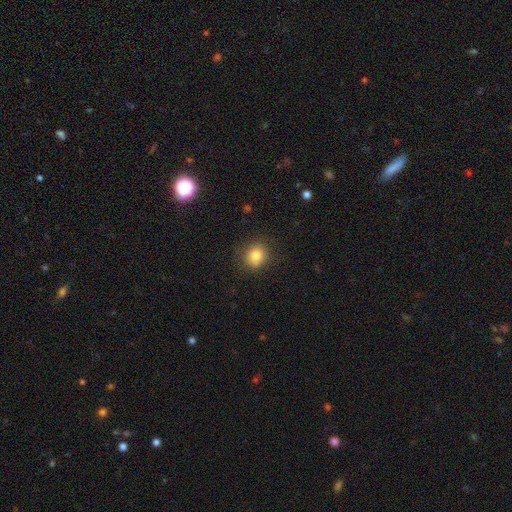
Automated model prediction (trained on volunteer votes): Morphology: type=smooth (82%); roundness=round (77%); merging=none (85%).